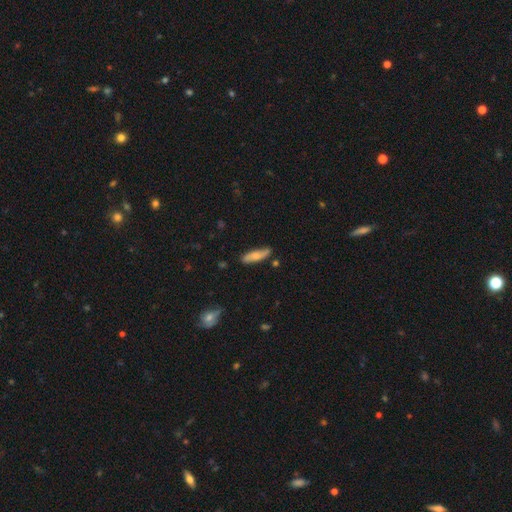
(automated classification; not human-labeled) Smooth or featured?
  - smooth: 64% *
  - featured or disk: 30%
  - star or artifact: 6%
How rounded?
  - cigar-shaped: 59% *
  - in between: 39%
  - round: 2%
Merging?
  - none: 80% *
  - minor disturbance: 15%
  - major disturbance: 3%
  - merger: 2%